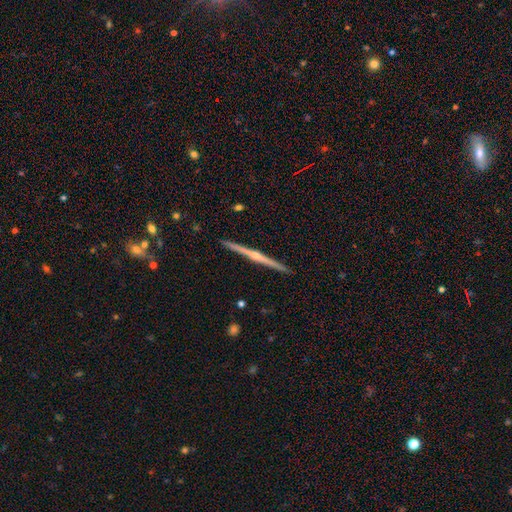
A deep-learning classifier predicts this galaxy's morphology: Q: Smooth or featured?
A: featured or disk (82%); runner-up: smooth (13%)
Q: Edge-on disk?
A: yes (99%); runner-up: no (1%)
Q: Edge-on bulge?
A: rounded (83%); runner-up: none (12%)
Q: Merging?
A: none (93%); runner-up: minor disturbance (5%)